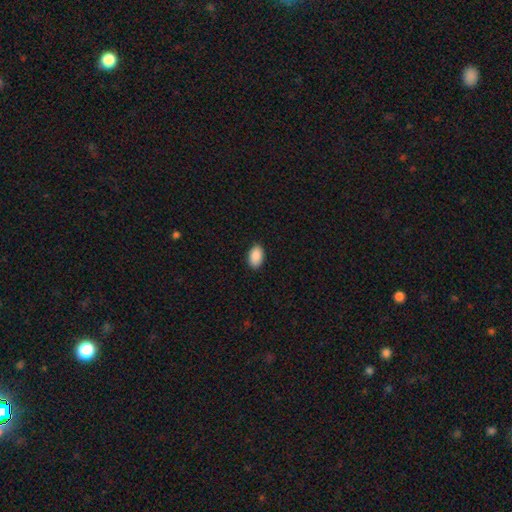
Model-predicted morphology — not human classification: This appears to be a smooth galaxy with no disk features (90%) that is in between round and cigar-shaped (93%). Merging: none (88%).